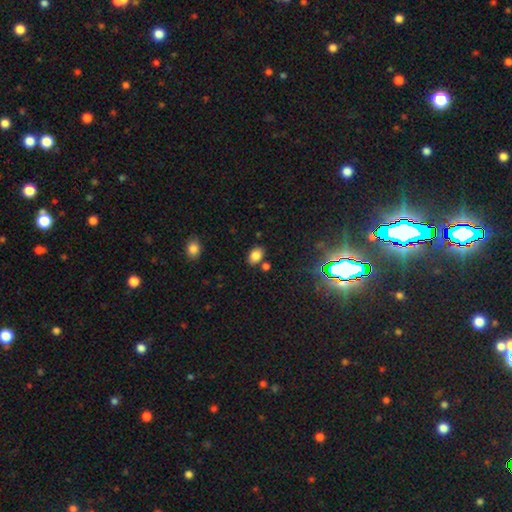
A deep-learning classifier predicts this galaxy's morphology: Smooth or featured: smooth — 81% (star or artifact — 12%)
How rounded: in between — 78% (round — 21%)
Merging: none — 76% (minor disturbance — 12%)